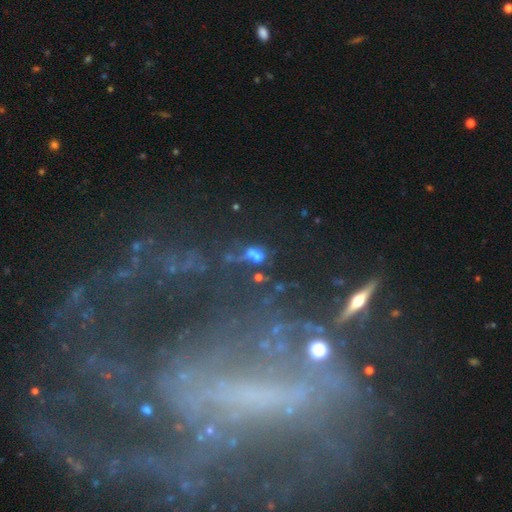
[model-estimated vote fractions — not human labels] Smooth or featured: smooth — 46% (star or artifact — 33%)
Merging: none — 37% (merger — 32%)